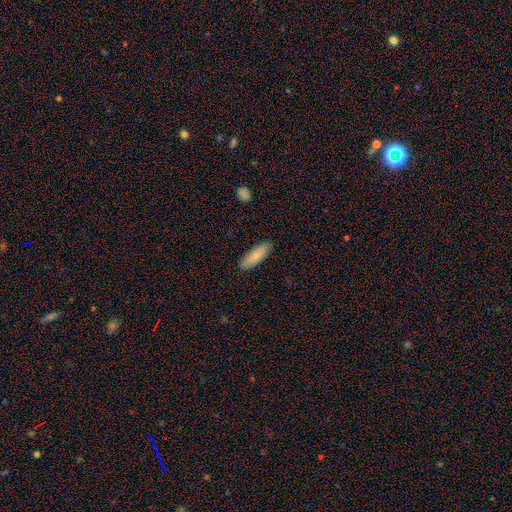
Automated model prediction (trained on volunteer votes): Overall: smooth (85%). How rounded: in between (50%; cigar-shaped 49%). Merging: none (88%).